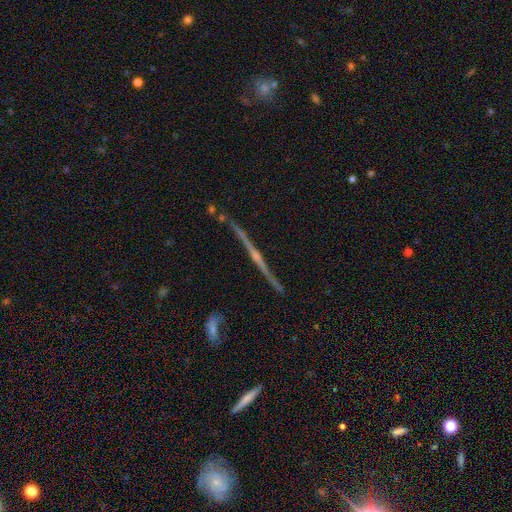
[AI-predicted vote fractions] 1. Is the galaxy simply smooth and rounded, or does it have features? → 74% featured or disk, 15% star or artifact, 11% smooth.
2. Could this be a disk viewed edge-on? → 96% yes, 4% no.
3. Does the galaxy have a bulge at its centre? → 66% rounded, 25% none, 9% boxy.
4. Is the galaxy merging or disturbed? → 83% none, 10% minor disturbance, 4% merger, 3% major disturbance.